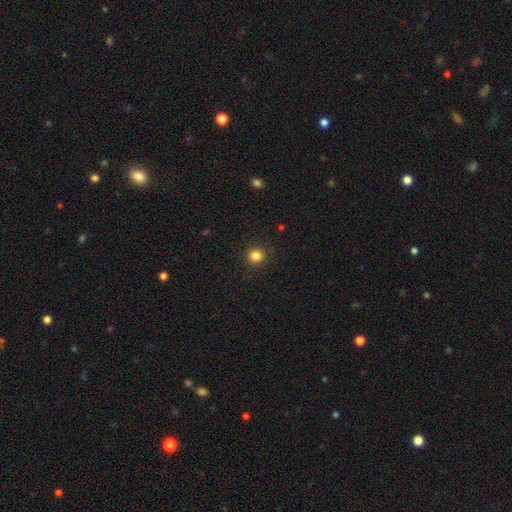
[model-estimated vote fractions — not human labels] Smooth or featured? Predicted: smooth (p=0.84). How rounded? Predicted: round (p=0.93). Merging? Predicted: none (p=0.91).